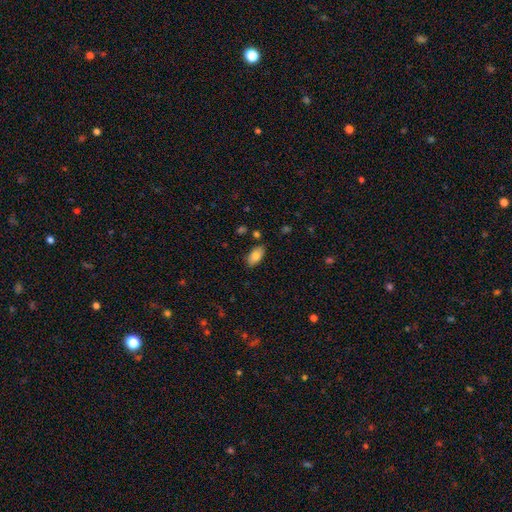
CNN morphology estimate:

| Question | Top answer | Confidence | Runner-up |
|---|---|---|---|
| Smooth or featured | smooth | 82% | featured or disk (11%) |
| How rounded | in between | 93% | round (4%) |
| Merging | none | 83% | minor disturbance (12%) |